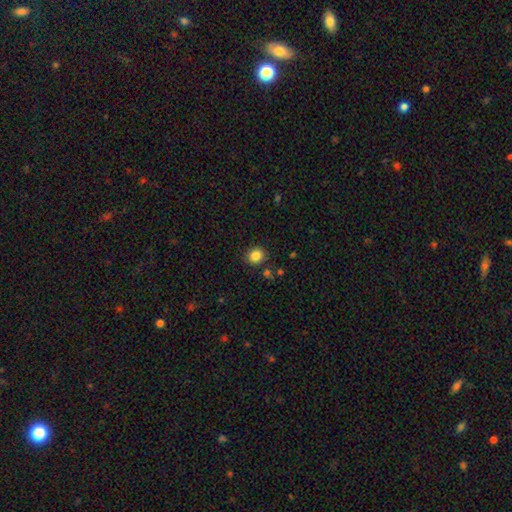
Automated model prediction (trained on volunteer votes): This is clearly a smooth galaxy (84%). How rounded: likely round (77%). Merging: clearly none (86%).